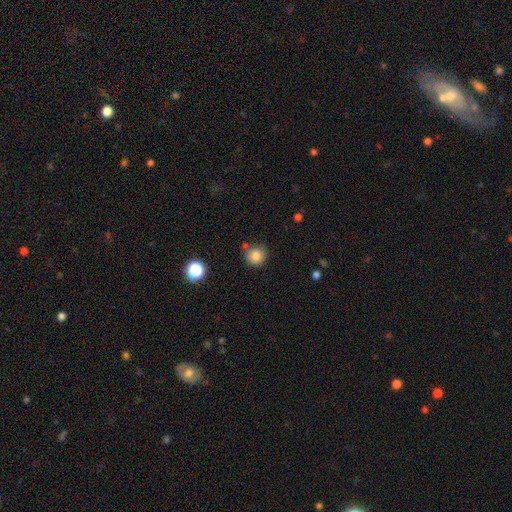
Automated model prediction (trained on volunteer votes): The model was most divided on "merging": none: 76%, minor disturbance: 13%, merger: 8%, major disturbance: 3%. More confident: how rounded — round (91%); smooth or featured — smooth (81%).